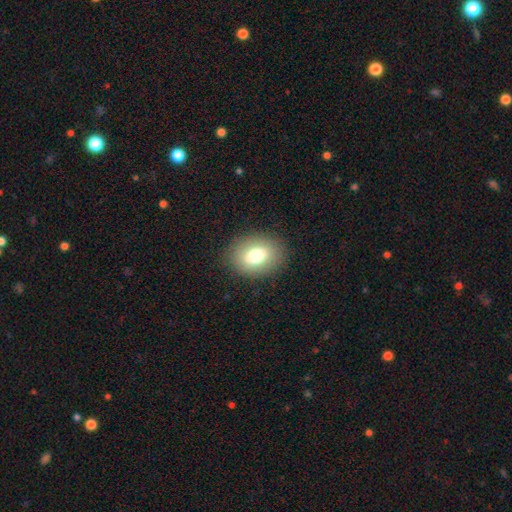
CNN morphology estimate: Smooth or featured: smooth — 74% (featured or disk — 16%)
How rounded: in between — 63% (round — 36%)
Merging: none — 86% (minor disturbance — 9%)